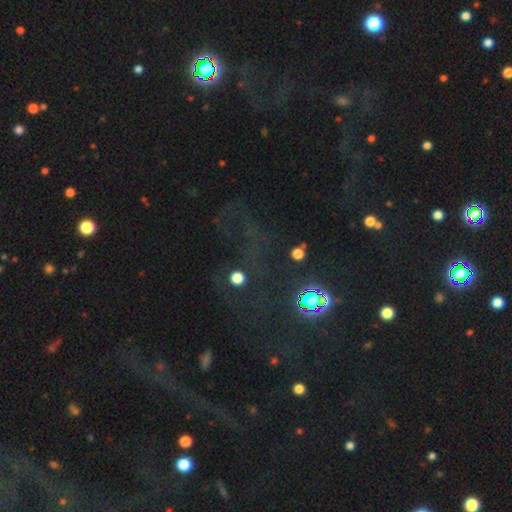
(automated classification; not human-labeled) Overall: star or artifact (73%).